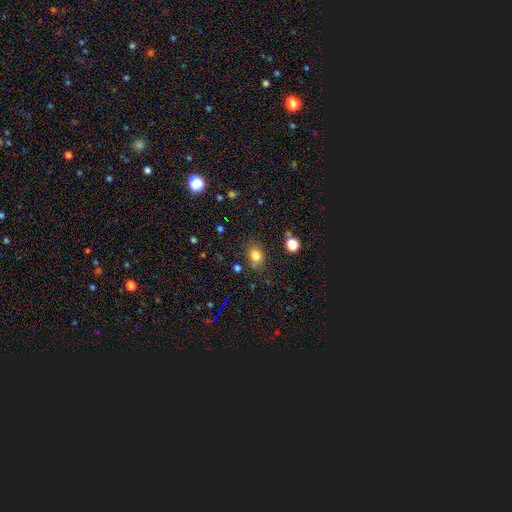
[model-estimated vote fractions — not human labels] Smooth or featured: smooth — 79% (star or artifact — 13%)
How rounded: in between — 55% (round — 43%)
Merging: none — 74% (minor disturbance — 17%)